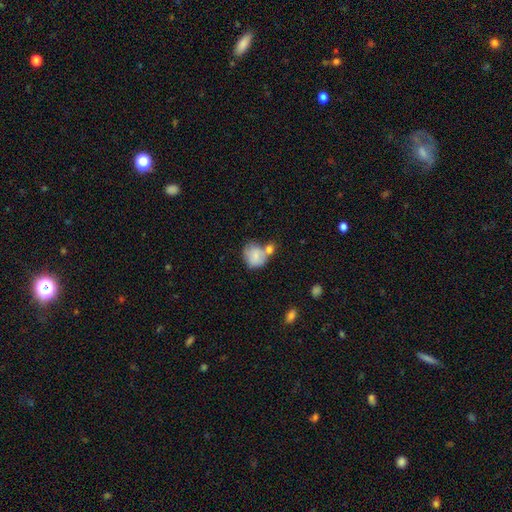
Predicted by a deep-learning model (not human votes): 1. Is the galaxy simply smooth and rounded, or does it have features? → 78% smooth, 15% featured or disk, 8% star or artifact.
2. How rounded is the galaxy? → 71% round, 28% in between, 1% cigar-shaped.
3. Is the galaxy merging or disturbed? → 41% merger, 34% none, 18% minor disturbance, 7% major disturbance.